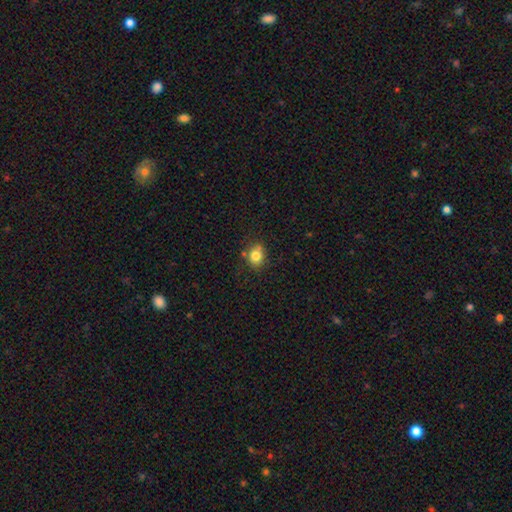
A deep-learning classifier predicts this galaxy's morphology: Overall: smooth (81%). How rounded: round (65%; in between 34%). Merging: none (71%).